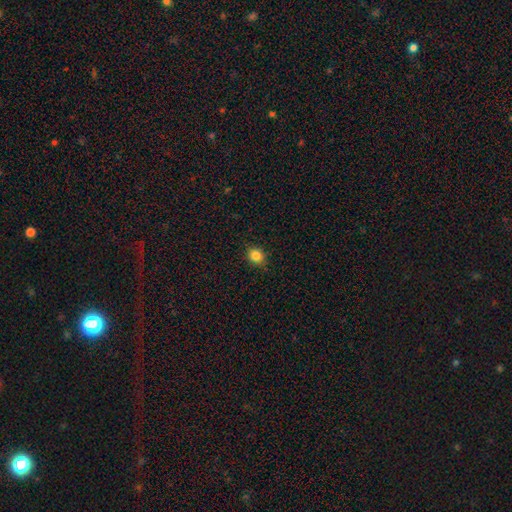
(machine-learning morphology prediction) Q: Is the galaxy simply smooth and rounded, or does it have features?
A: smooth — 84%.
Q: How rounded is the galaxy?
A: round — 73%.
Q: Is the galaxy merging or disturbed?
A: none — 88%.